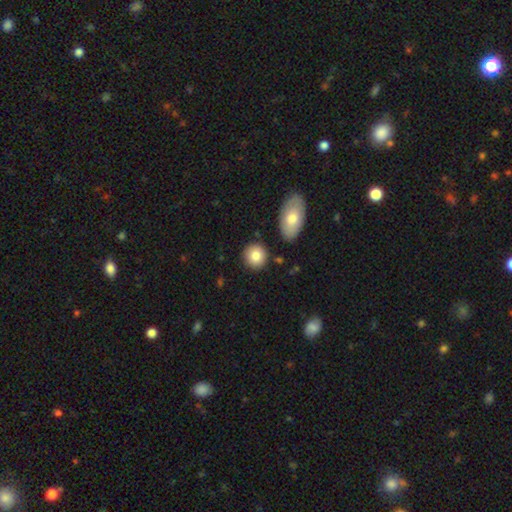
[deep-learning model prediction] smooth 83%, featured or disk 10%, star or artifact 7%. Down the decision tree: how rounded — round (82%); merging — none (83%).